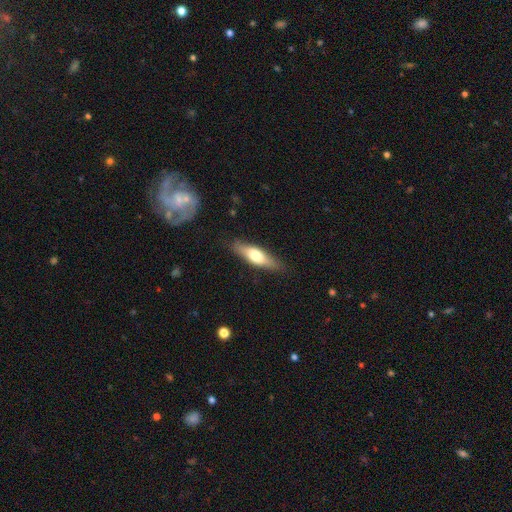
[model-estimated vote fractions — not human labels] Smooth or featured?
  - smooth: 57% *
  - featured or disk: 37%
  - star or artifact: 6%
How rounded?
  - cigar-shaped: 58% *
  - in between: 40%
  - round: 2%
Merging?
  - none: 84% *
  - minor disturbance: 12%
  - major disturbance: 3%
  - merger: 1%